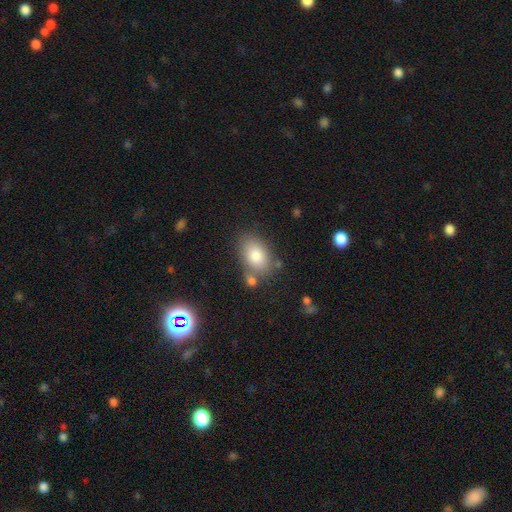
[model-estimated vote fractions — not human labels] A smooth galaxy with no disk features (81%) that is in between round and cigar-shaped (86%).

Vote fractions:
- Smooth or featured? smooth: 81% / featured or disk: 11% / star or artifact: 8%
- How rounded? in between: 86% / round: 13% / cigar-shaped: 1%
- Merging? none: 69% / minor disturbance: 15% / merger: 11% / major disturbance: 5%